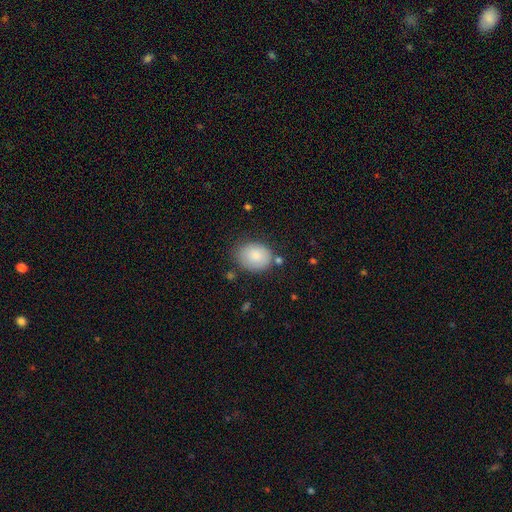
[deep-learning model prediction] Smooth or featured: smooth — 84% (featured or disk — 9%)
How rounded: in between — 58% (round — 41%)
Merging: none — 71% (minor disturbance — 19%)